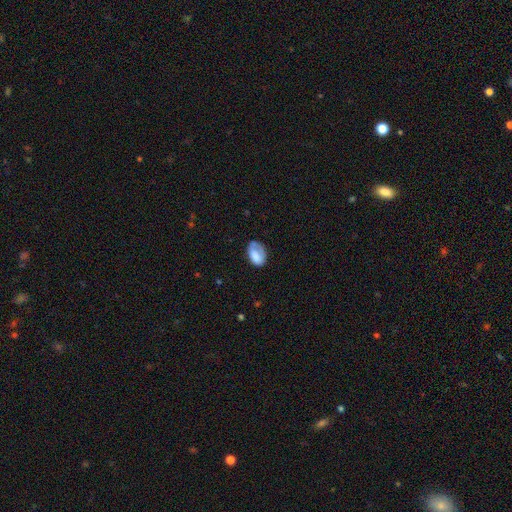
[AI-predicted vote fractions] A smooth galaxy with no disk features (73%) that is in between round and cigar-shaped (89%).

Vote fractions:
- Smooth or featured? smooth: 73% / featured or disk: 19% / star or artifact: 7%
- How rounded? in between: 89% / round: 9% / cigar-shaped: 1%
- Merging? none: 48% / minor disturbance: 31% / major disturbance: 18% / merger: 3%